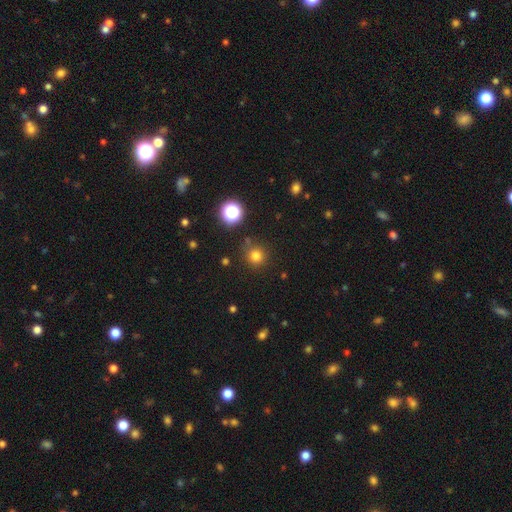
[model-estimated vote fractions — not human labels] This is likely a smooth galaxy (76%). How rounded: clearly round (95%). Merging: clearly none (84%).